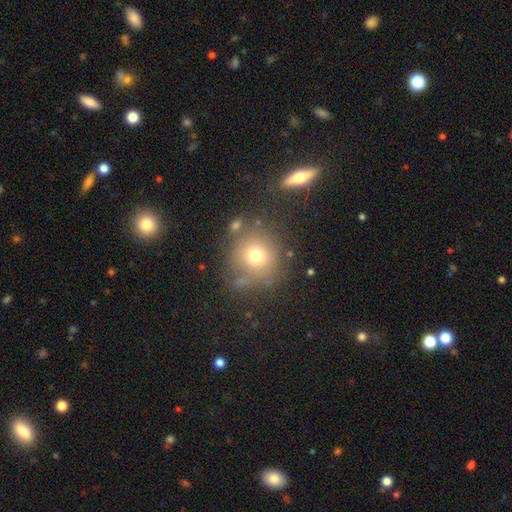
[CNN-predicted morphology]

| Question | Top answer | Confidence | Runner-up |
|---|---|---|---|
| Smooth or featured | smooth | 70% | featured or disk (15%) |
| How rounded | round | 90% | in between (9%) |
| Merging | none | 70% | minor disturbance (14%) |